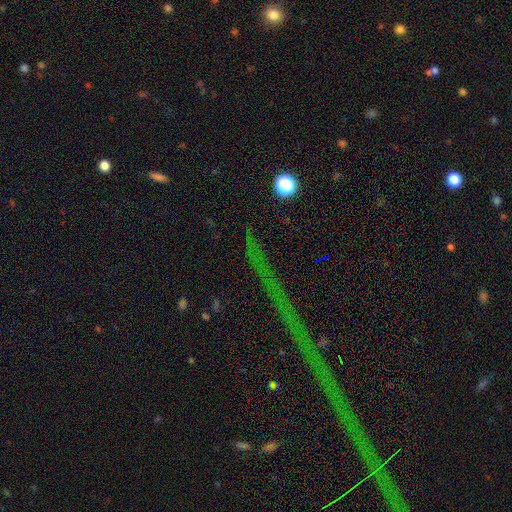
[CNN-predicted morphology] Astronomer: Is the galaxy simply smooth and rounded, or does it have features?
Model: star or artifact — 82%.